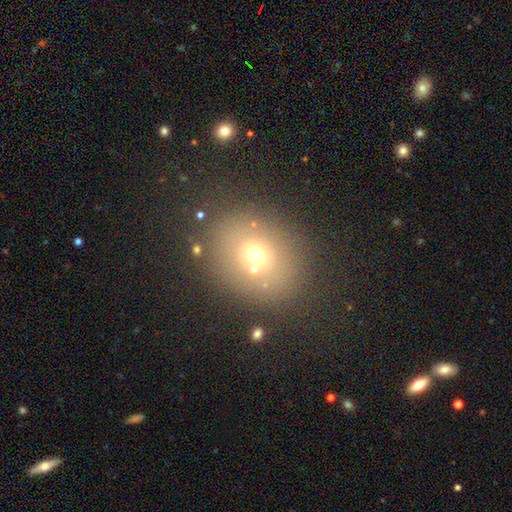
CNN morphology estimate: This is likely a smooth galaxy (62%). How rounded: possibly round (55%). Merging: likely none (71%).